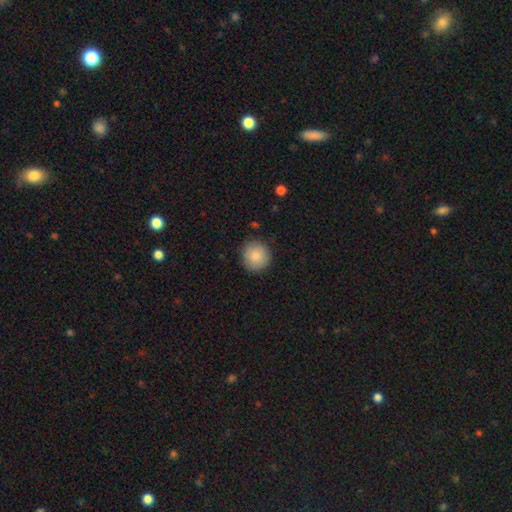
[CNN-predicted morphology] This appears to be a smooth galaxy with no disk features (87%) that is round (93%). Merging: none (88%).